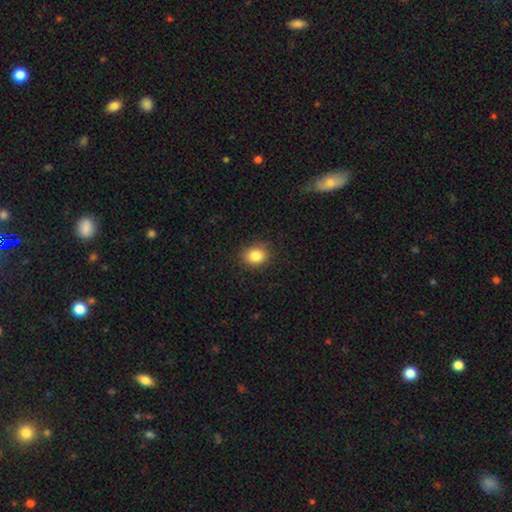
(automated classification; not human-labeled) Morphology: type=smooth (84%); roundness=round (61%); merging=none (87%).